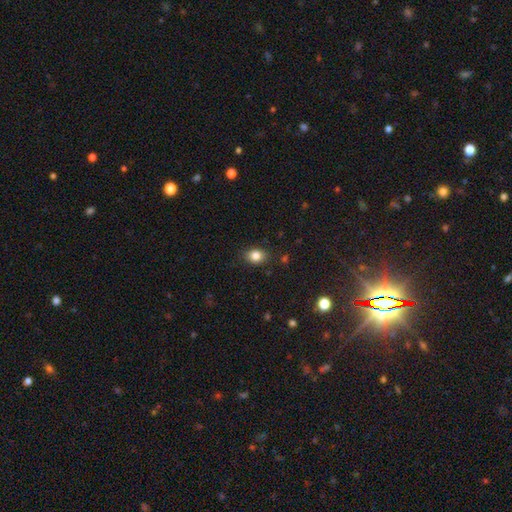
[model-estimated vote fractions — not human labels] A smooth galaxy with no disk features (83%) that is in between round and cigar-shaped (63%).

Vote fractions:
- Smooth or featured? smooth: 83% / star or artifact: 10% / featured or disk: 6%
- How rounded? in between: 63% / round: 36% / cigar-shaped: 1%
- Merging? none: 85% / minor disturbance: 11% / major disturbance: 3% / merger: 1%